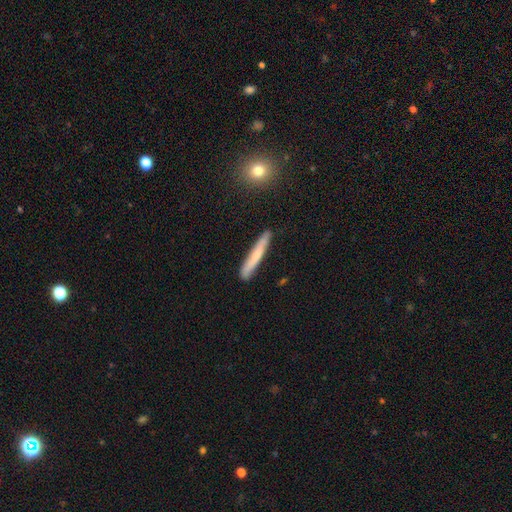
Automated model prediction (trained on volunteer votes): smooth_or_featured: smooth (p=0.60) [alt: featured or disk p=0.34]
how_rounded: cigar-shaped (p=0.96) [alt: in between p=0.03]
merging: none (p=0.87) [alt: minor disturbance p=0.09]